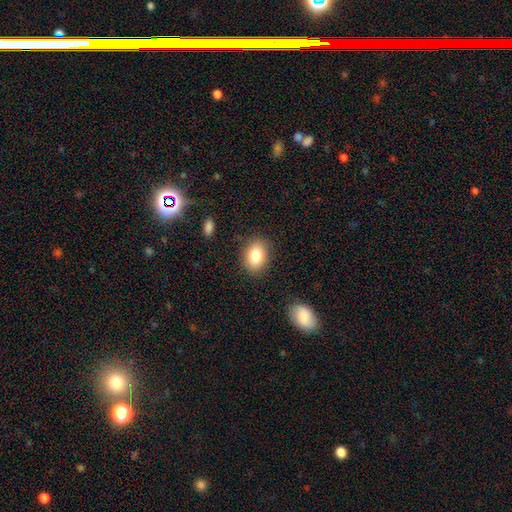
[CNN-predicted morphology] This appears to be a smooth galaxy with no disk features (82%) that is in between round and cigar-shaped (72%). Merging: none (85%).